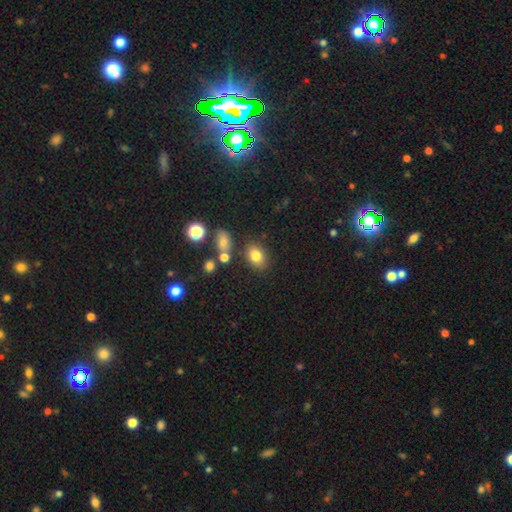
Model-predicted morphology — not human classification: A smooth galaxy with no disk features (79%) that is in between round and cigar-shaped (70%).

Vote fractions:
- Smooth or featured? smooth: 79% / star or artifact: 12% / featured or disk: 9%
- How rounded? in between: 70% / round: 28% / cigar-shaped: 1%
- Merging? none: 77% / minor disturbance: 12% / merger: 8% / major disturbance: 4%